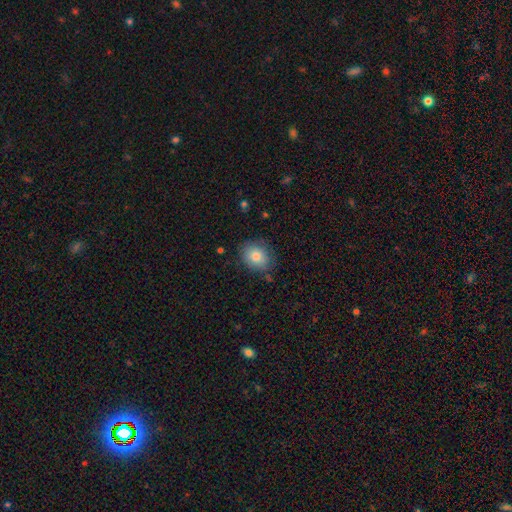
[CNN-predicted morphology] smooth-or-featured: smooth: 82% | featured or disk: 10% | star or artifact: 9%
  how-rounded: round: 52% | in between: 47% | cigar-shaped: 1%
  merging: none: 79% | minor disturbance: 16% | major disturbance: 4% | merger: 2%